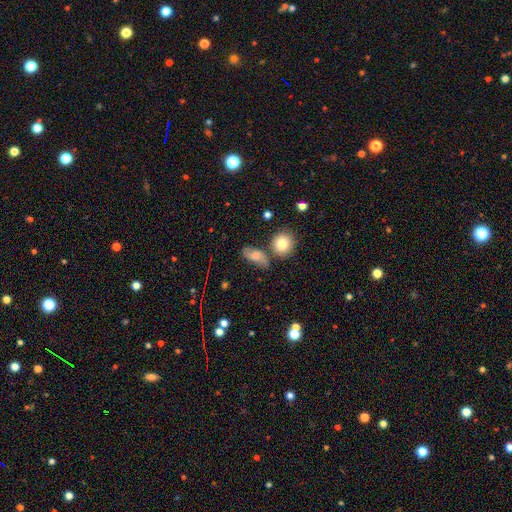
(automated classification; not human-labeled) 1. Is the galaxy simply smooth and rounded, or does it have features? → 59% smooth, 30% featured or disk, 12% star or artifact.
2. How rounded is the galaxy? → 74% in between, 19% round, 7% cigar-shaped.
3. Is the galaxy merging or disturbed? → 58% none, 23% minor disturbance, 10% merger, 9% major disturbance.